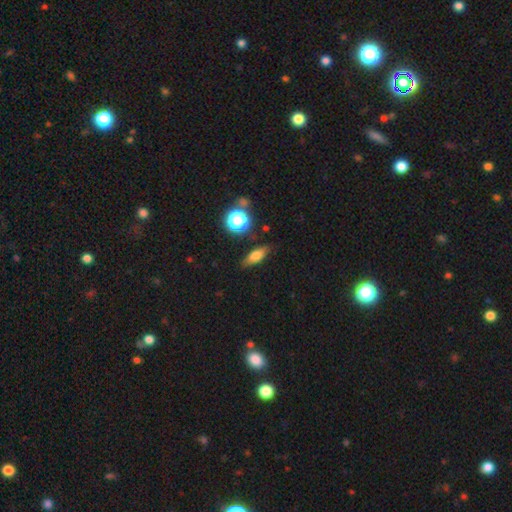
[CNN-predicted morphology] The model was most divided on "how rounded": in between: 56%, cigar-shaped: 33%, round: 11%. More confident: merging — none (81%); smooth or featured — smooth (67%).